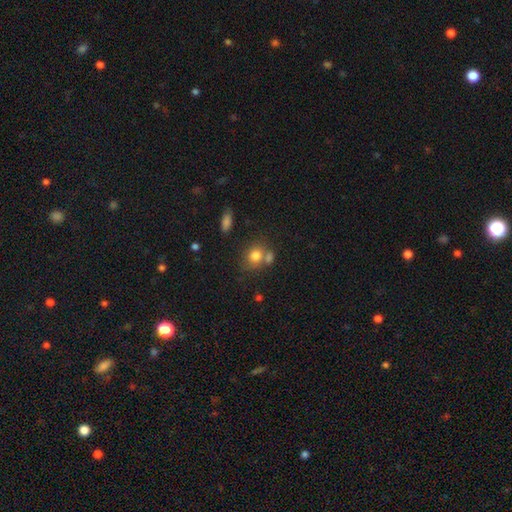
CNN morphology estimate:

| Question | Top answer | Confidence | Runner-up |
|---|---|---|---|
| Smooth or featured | smooth | 79% | featured or disk (10%) |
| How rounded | round | 63% | in between (36%) |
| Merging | none | 51% | merger (30%) |